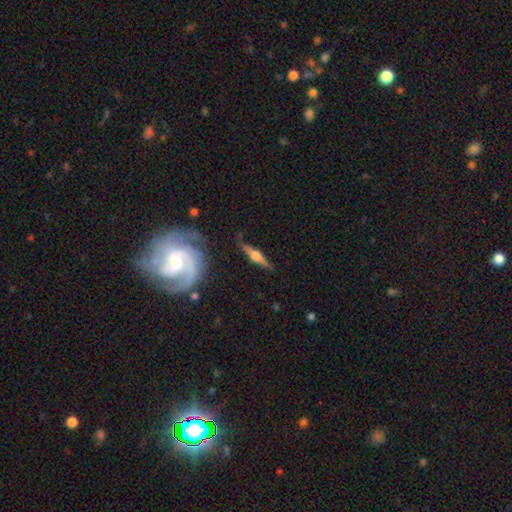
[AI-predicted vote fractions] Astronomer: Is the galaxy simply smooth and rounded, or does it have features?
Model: featured or disk — 76%.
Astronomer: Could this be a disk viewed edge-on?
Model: yes — 95%.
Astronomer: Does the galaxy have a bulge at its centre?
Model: rounded — 92%.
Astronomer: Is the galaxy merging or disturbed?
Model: none — 83%.